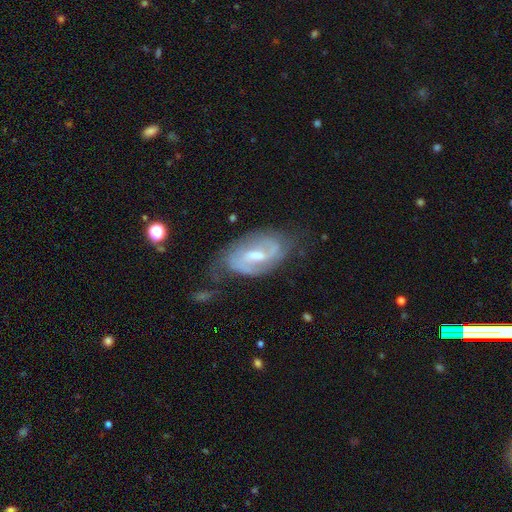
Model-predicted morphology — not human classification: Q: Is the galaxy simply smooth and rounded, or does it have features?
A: featured or disk — 83%.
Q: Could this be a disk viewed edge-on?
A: no — 96%.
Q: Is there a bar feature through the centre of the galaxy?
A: weak — 55%.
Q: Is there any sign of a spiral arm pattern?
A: yes — 93%.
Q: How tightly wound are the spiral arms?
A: medium — 47%.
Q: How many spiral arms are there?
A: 2 — 80%.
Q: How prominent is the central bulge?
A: moderate — 55%.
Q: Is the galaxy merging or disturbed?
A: none — 62%.